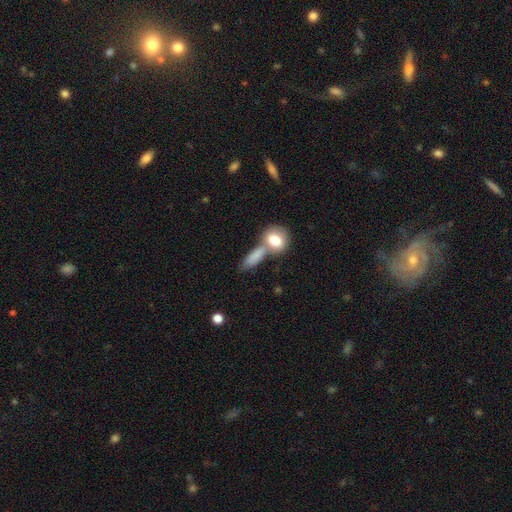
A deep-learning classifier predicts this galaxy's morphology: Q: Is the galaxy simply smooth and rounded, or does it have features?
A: smooth — 80%.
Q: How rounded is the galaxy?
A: in between — 52%.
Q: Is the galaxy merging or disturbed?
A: none — 42%.